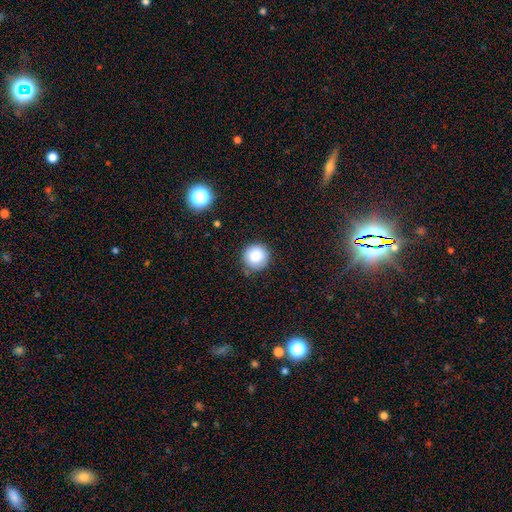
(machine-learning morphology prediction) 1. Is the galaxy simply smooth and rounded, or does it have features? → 85% smooth, 10% star or artifact, 6% featured or disk.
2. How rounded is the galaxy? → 95% round, 5% in between, 1% cigar-shaped.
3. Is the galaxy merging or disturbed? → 85% none, 11% minor disturbance, 3% major disturbance, 2% merger.